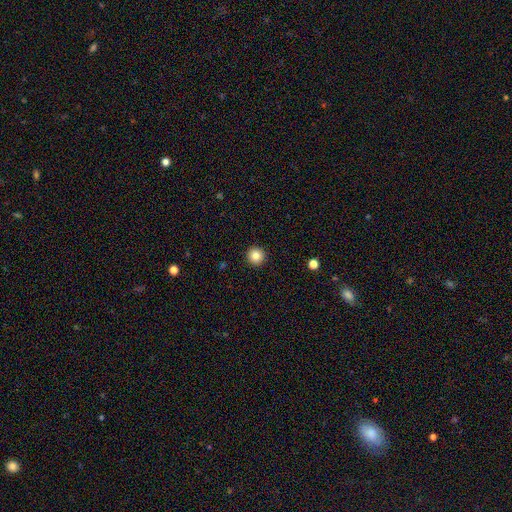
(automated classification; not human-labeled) smooth 84%, star or artifact 10%, featured or disk 6%. Down the decision tree: how rounded — round (96%); merging — none (94%).